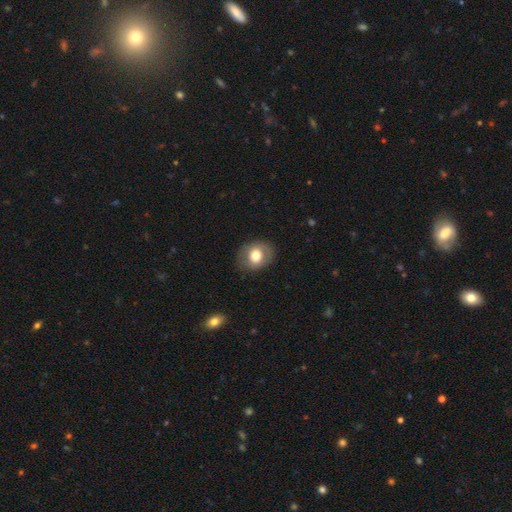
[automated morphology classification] smooth_or_featured: smooth (p=0.69) [alt: featured or disk p=0.23]
how_rounded: round (p=0.53) [alt: in between p=0.46]
merging: none (p=0.82) [alt: minor disturbance p=0.13]